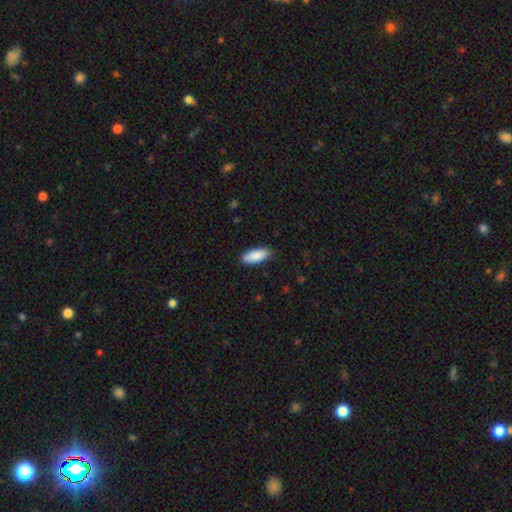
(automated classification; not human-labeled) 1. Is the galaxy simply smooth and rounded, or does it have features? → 89% smooth, 6% star or artifact, 5% featured or disk.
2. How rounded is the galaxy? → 81% in between, 17% cigar-shaped, 2% round.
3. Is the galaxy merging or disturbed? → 85% none, 12% minor disturbance, 2% major disturbance, 1% merger.